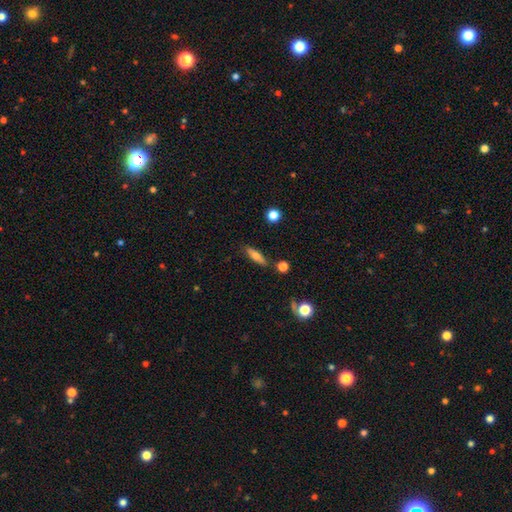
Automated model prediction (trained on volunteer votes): Smooth or featured: smooth — 61% (featured or disk — 31%)
How rounded: cigar-shaped — 64% (in between — 32%)
Merging: none — 81% (minor disturbance — 12%)